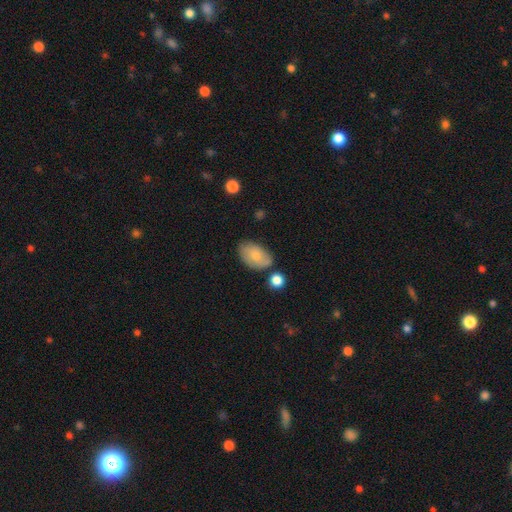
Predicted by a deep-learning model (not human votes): Smooth or featured: smooth — 73% (featured or disk — 20%)
How rounded: in between — 90% (round — 8%)
Merging: none — 63% (minor disturbance — 24%)